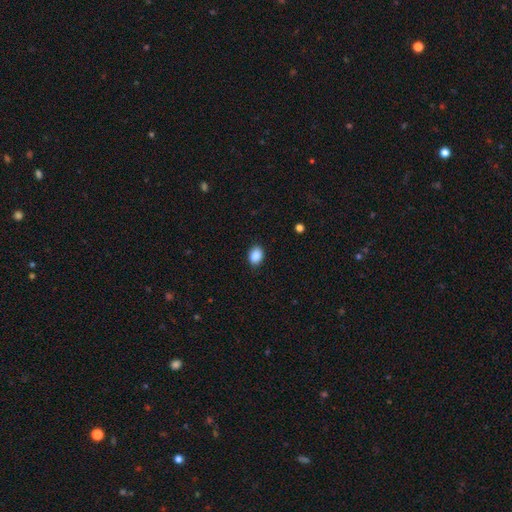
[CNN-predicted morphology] The model was most divided on "how rounded": in between: 70%, round: 29%, cigar-shaped: 1%. More confident: smooth or featured — smooth (89%); merging — none (89%).